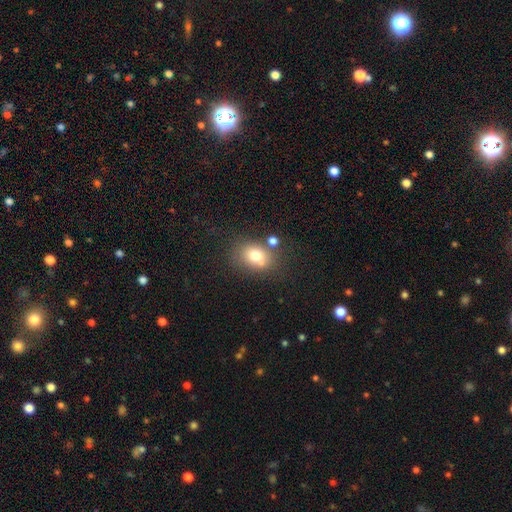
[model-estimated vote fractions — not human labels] Q: Smooth or featured?
A: smooth (74%); runner-up: featured or disk (15%)
Q: How rounded?
A: in between (60%); runner-up: round (39%)
Q: Merging?
A: none (55%); runner-up: merger (21%)